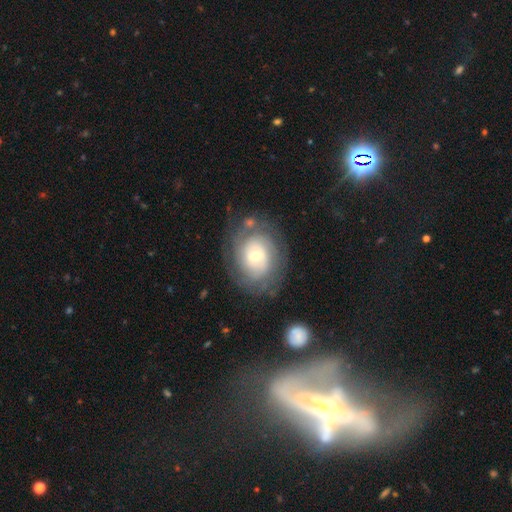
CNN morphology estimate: Overall: featured or disk (72%). Edge-on disk: no (97%). Bar: no (51%; weak 39%). Spiral arms: yes (83%). Spiral arm count: can't tell (51%; 2 22%). Spiral winding: tight (72%). Bulge size: moderate (55%; small 38%). Merging: none (73%).